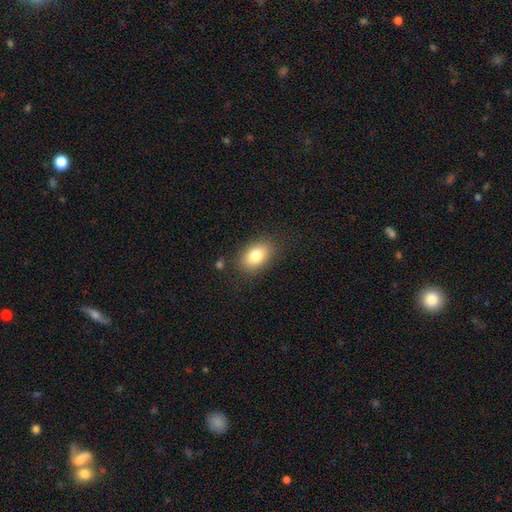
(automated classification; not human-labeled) Q: Smooth or featured?
A: smooth (80%); runner-up: featured or disk (11%)
Q: How rounded?
A: in between (84%); runner-up: round (15%)
Q: Merging?
A: none (83%); runner-up: minor disturbance (11%)